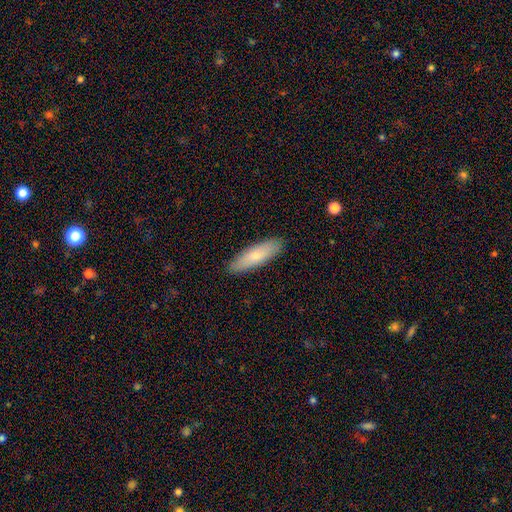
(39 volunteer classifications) Q: Smooth or featured?
A: smooth (67%); runner-up: featured or disk (28%)
Q: How rounded?
A: cigar-shaped (77%); runner-up: in between (23%)
Q: Merging?
A: none (97%); runner-up: minor disturbance (3%)